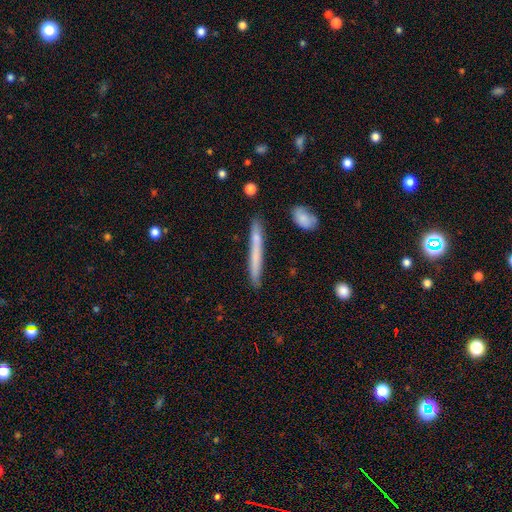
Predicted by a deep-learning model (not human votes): Overall: smooth (63%; featured or disk 31%). How rounded: cigar-shaped (96%). Merging: none (86%).